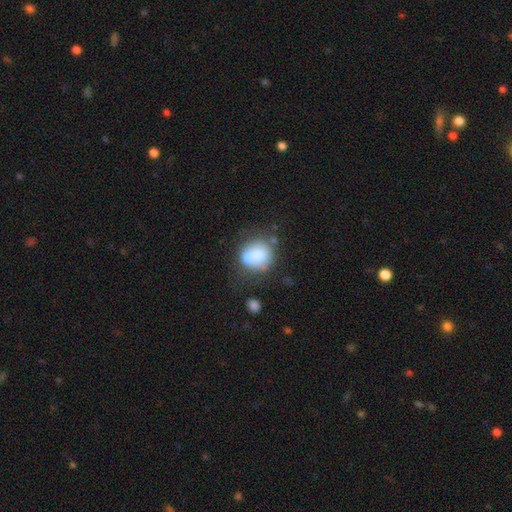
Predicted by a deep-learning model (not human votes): smooth 73%, featured or disk 18%, star or artifact 8%. Down the decision tree: how rounded — round (72%); merging — none (52%).